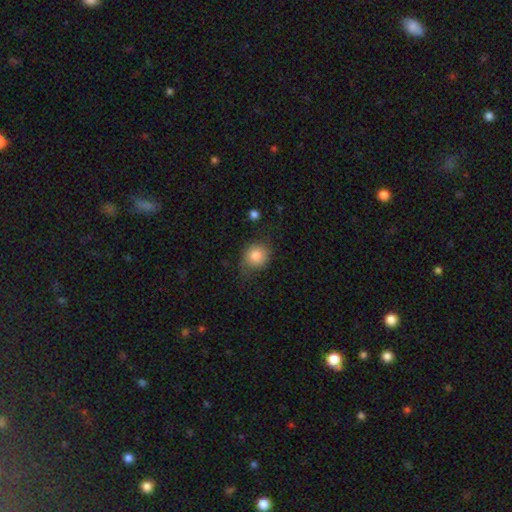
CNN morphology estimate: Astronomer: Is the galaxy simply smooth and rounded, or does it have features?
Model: smooth — 82%.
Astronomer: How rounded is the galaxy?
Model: round — 77%.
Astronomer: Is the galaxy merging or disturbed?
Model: none — 65%.